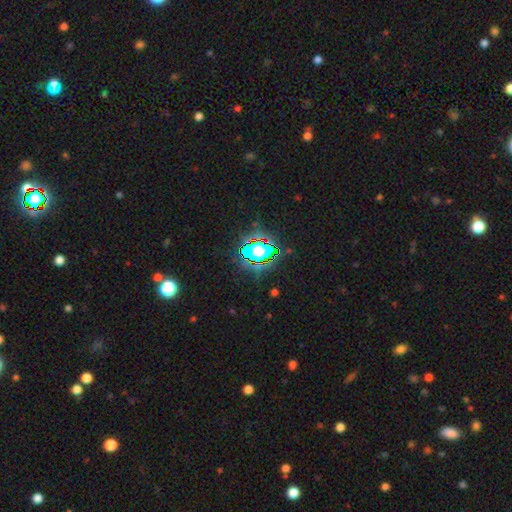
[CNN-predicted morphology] Smooth or featured? star or artifact (76%)